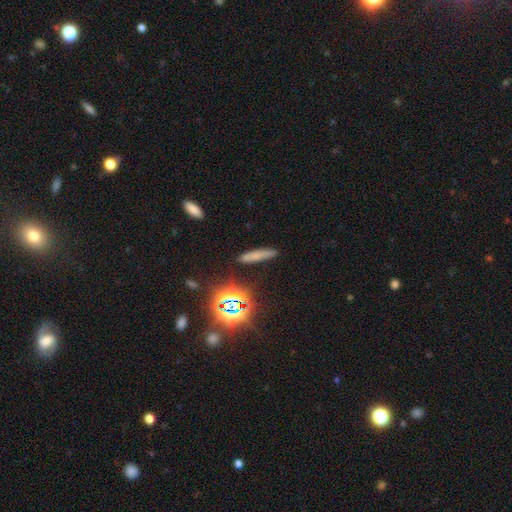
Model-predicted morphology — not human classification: smooth 61%, star or artifact 22%, featured or disk 17%. Down the decision tree: how rounded — cigar-shaped (83%); merging — none (83%).